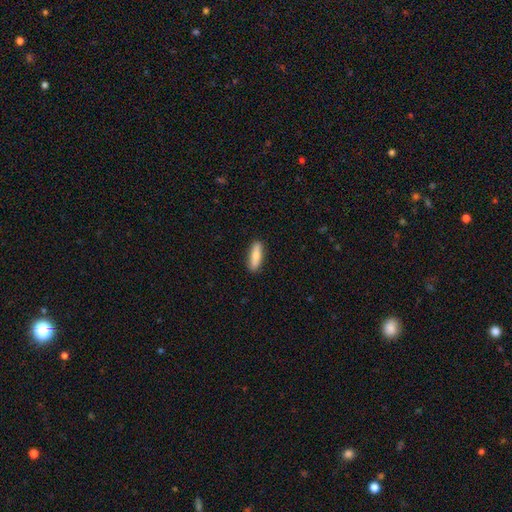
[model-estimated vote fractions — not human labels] A smooth galaxy with no disk features (80%) that is cigar-shaped (59%). Merging: none (89%).